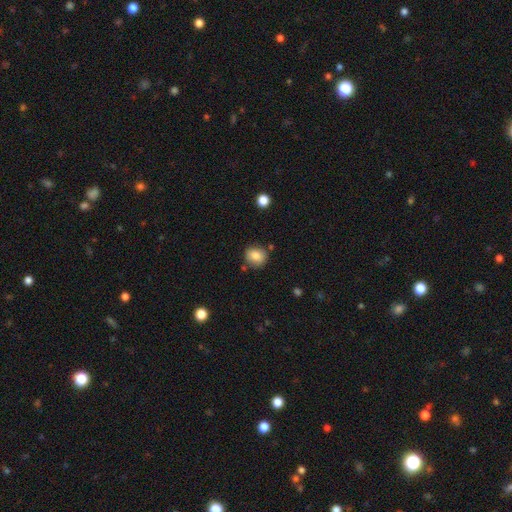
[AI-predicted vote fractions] A smooth galaxy with no disk features (83%) that is round (76%). Merging: none (79%).